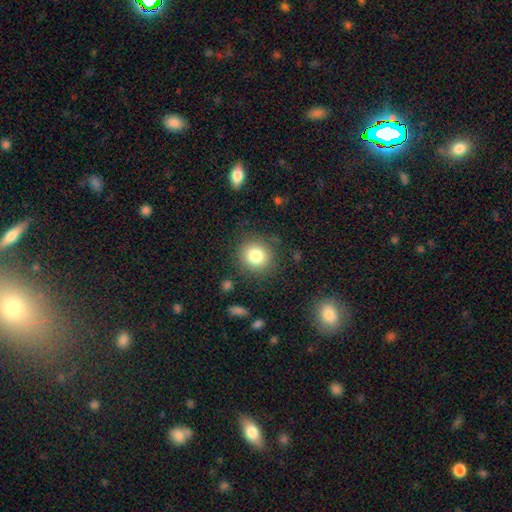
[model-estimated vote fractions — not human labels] Smooth or featured?
  - smooth: 80% *
  - star or artifact: 11%
  - featured or disk: 9%
How rounded?
  - round: 89% *
  - in between: 10%
  - cigar-shaped: 1%
Merging?
  - none: 85% *
  - minor disturbance: 9%
  - major disturbance: 4%
  - merger: 2%